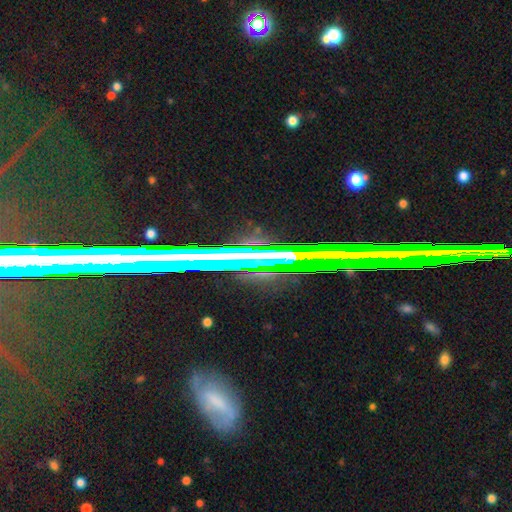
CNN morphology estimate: Smooth or featured? star or artifact (50%)